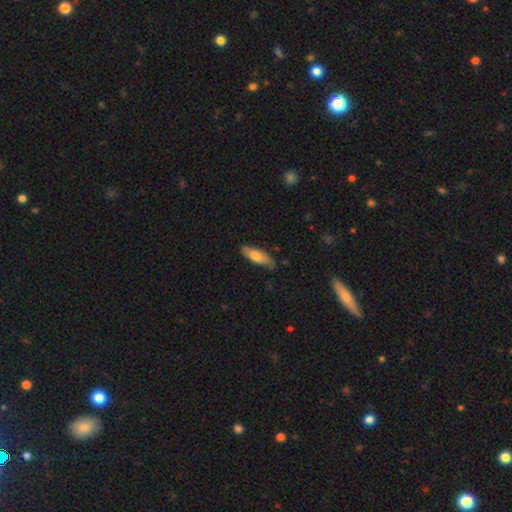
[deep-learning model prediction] A smooth galaxy with no disk features (70%) that is in between round and cigar-shaped (55%).

Vote fractions:
- Smooth or featured? smooth: 70% / featured or disk: 24% / star or artifact: 6%
- How rounded? in between: 55% / cigar-shaped: 43% / round: 2%
- Merging? none: 72% / minor disturbance: 23% / major disturbance: 4% / merger: 2%